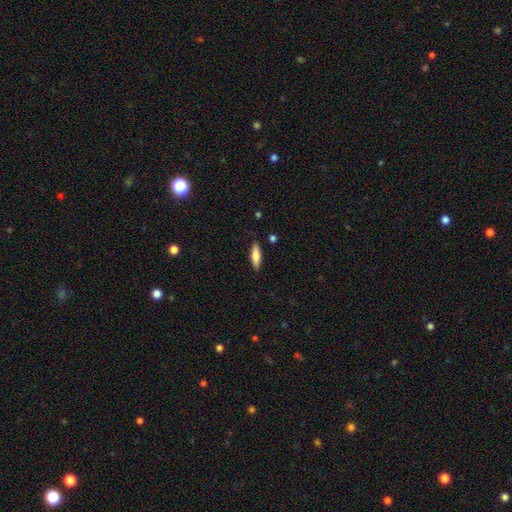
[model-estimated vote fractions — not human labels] Morphology: type=smooth (76%); roundness=cigar-shaped (58%); merging=none (86%).